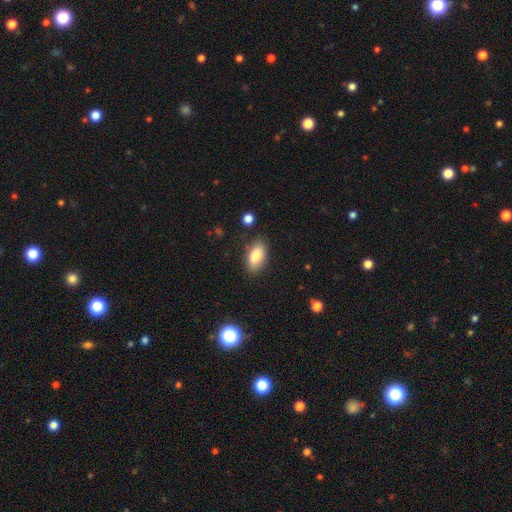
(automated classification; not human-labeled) Smooth or featured?
  - smooth: 83% *
  - featured or disk: 10%
  - star or artifact: 7%
How rounded?
  - in between: 90% *
  - cigar-shaped: 6%
  - round: 4%
Merging?
  - none: 83% *
  - minor disturbance: 12%
  - major disturbance: 3%
  - merger: 2%